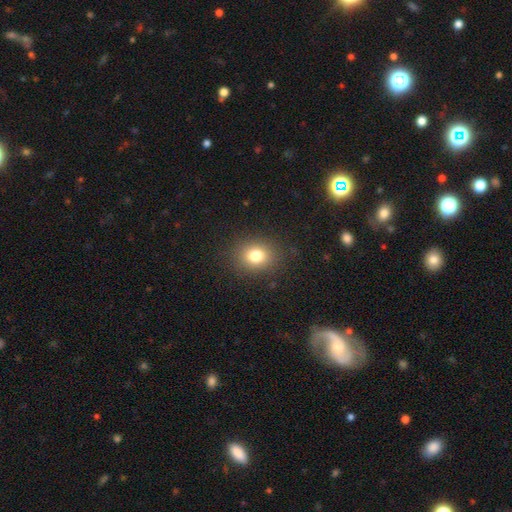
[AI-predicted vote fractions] Q: Smooth or featured?
A: smooth (77%); runner-up: star or artifact (14%)
Q: How rounded?
A: round (65%); runner-up: in between (34%)
Q: Merging?
A: none (88%); runner-up: minor disturbance (8%)